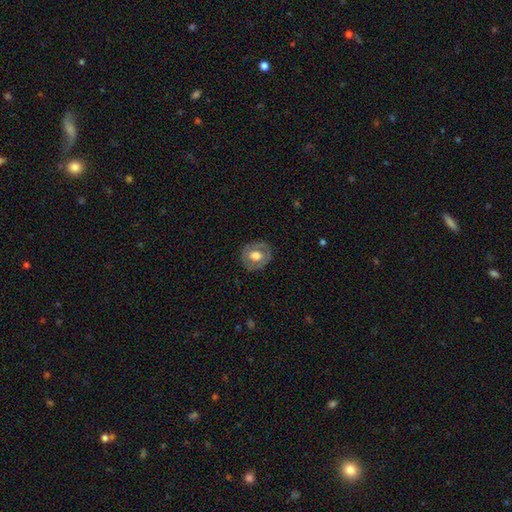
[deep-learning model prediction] This appears to be a smooth galaxy with no disk features (49%). Merging: none (82%).